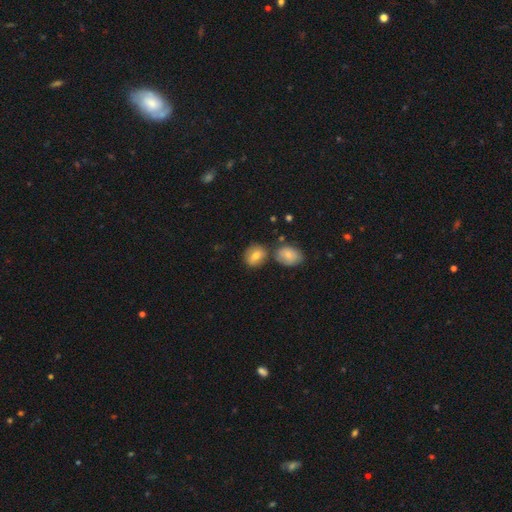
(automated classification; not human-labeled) The model was most divided on "how rounded": in between: 50%, round: 48%, cigar-shaped: 2%. More confident: smooth or featured — smooth (74%); merging — none (64%).